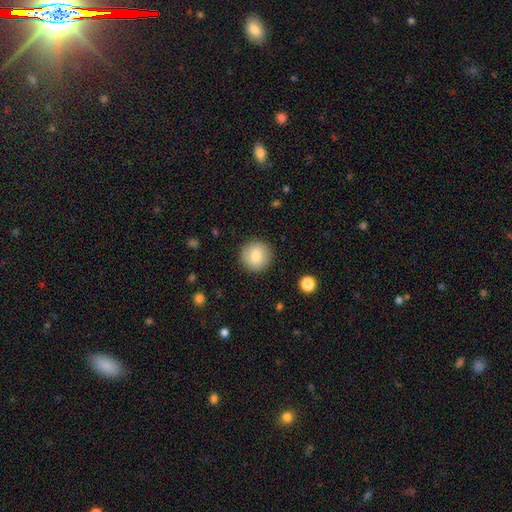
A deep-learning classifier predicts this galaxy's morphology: Smooth or featured? smooth (78%)
How rounded? round (94%)
Merging? none (89%)